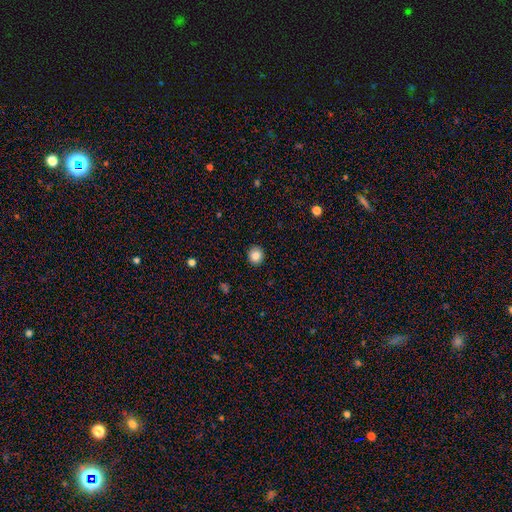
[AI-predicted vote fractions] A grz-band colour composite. It shows a smooth galaxy with no disk features (85%) that is round (85%). Merging: none (92%).